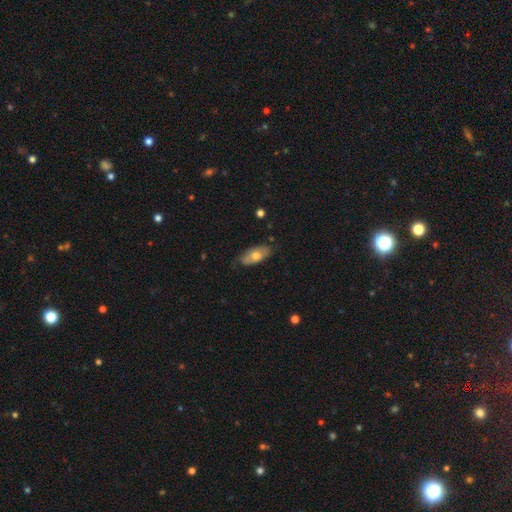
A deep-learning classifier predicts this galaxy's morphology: smooth_or_featured: smooth (p=0.65) [alt: featured or disk p=0.29]
how_rounded: in between (p=0.89) [alt: cigar-shaped p=0.08]
merging: none (p=0.74) [alt: minor disturbance p=0.21]